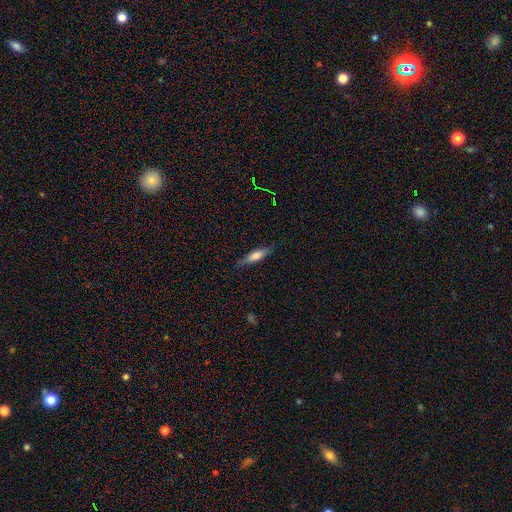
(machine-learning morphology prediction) This appears to be a smooth galaxy with no disk features (60%) that is cigar-shaped (74%). Merging: none (85%).